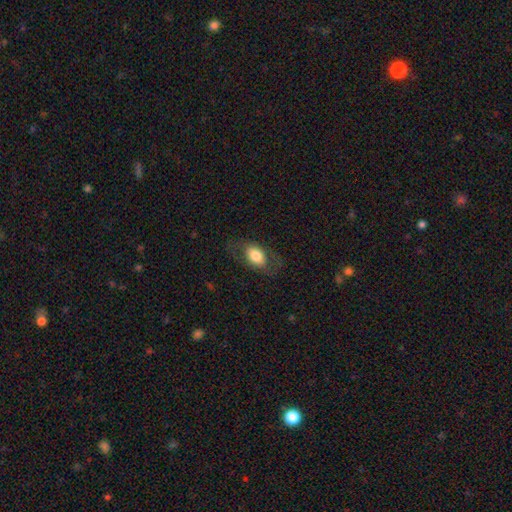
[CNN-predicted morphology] smooth_or_featured: smooth (p=0.67) [alt: featured or disk p=0.26]
how_rounded: in between (p=0.85) [alt: round p=0.13]
merging: none (p=0.73) [alt: minor disturbance p=0.15]